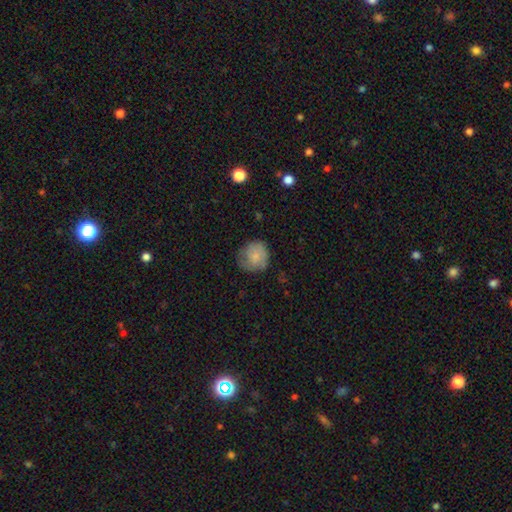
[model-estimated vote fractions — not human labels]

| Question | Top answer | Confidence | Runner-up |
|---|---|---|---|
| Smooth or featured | smooth | 73% | featured or disk (19%) |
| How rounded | round | 86% | in between (13%) |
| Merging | none | 64% | minor disturbance (26%) |